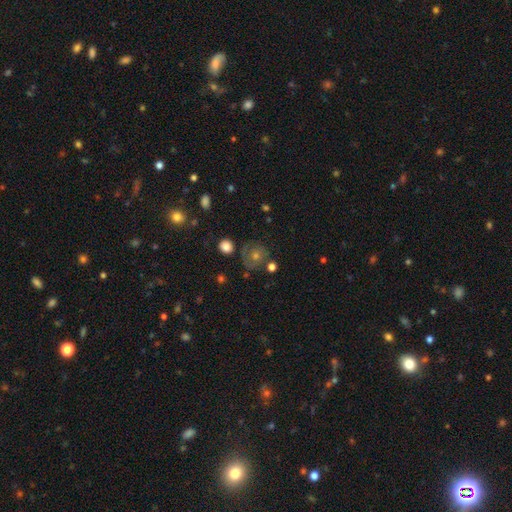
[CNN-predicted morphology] Smooth or featured?
  - featured or disk: 44% *
  - smooth: 35%
  - star or artifact: 21%
Merging?
  - none: 74% *
  - minor disturbance: 14%
  - major disturbance: 7%
  - merger: 4%